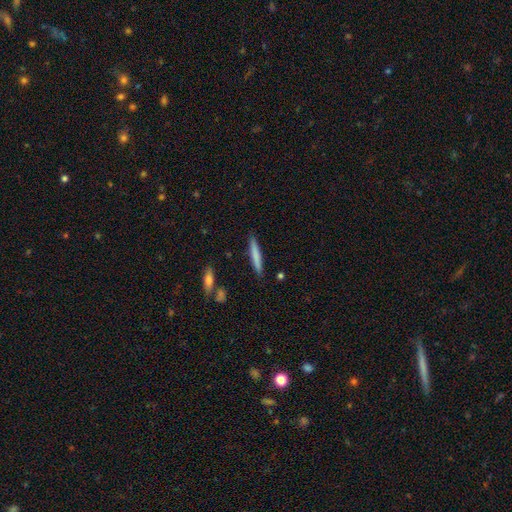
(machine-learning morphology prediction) smooth 76%, featured or disk 19%, star or artifact 6%. Down the decision tree: how rounded — cigar-shaped (94%); merging — none (89%).